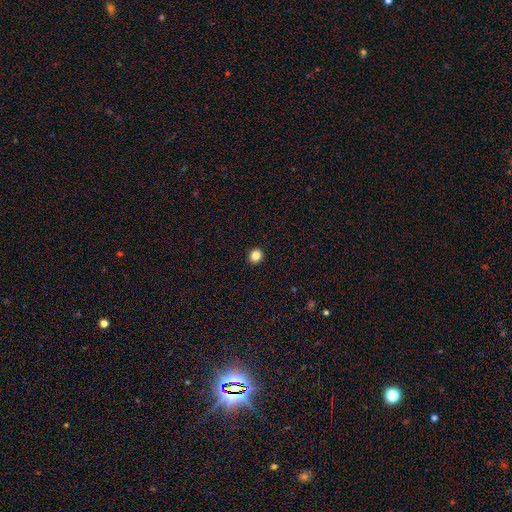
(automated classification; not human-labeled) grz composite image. It shows a smooth galaxy with no disk features (85%) that is round (88%). Merging: none (93%).